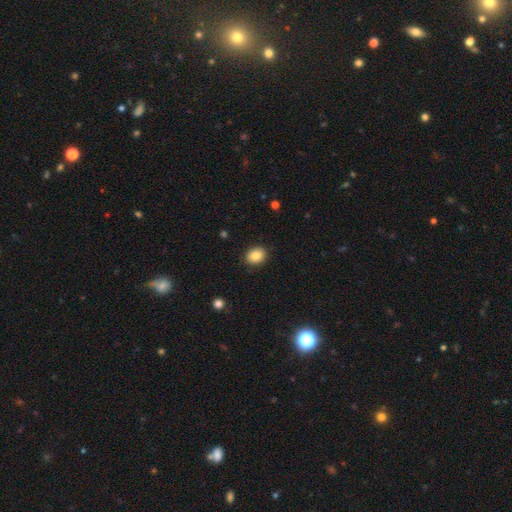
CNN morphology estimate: Smooth or featured? Predicted: smooth (p=0.87). How rounded? Predicted: in between (p=0.50). Merging? Predicted: none (p=0.89).